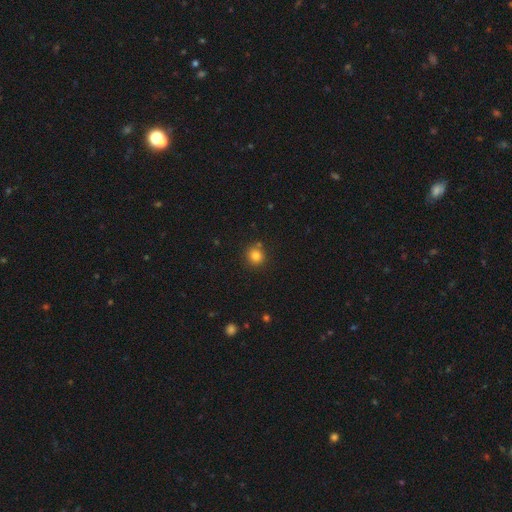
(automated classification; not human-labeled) Smooth or featured?
  - smooth: 82% *
  - star or artifact: 12%
  - featured or disk: 6%
How rounded?
  - round: 92% *
  - in between: 7%
  - cigar-shaped: 1%
Merging?
  - none: 82% *
  - minor disturbance: 9%
  - merger: 7%
  - major disturbance: 2%